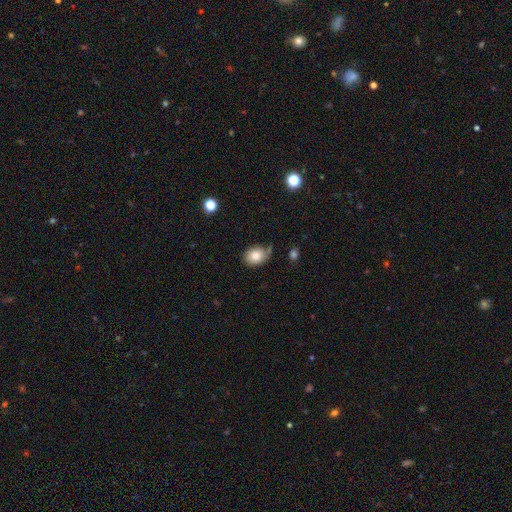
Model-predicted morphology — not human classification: A smooth galaxy with no disk features (82%) that is in between round and cigar-shaped (61%).

Vote fractions:
- Smooth or featured? smooth: 82% / featured or disk: 10% / star or artifact: 9%
- How rounded? in between: 61% / round: 38% / cigar-shaped: 1%
- Merging? none: 61% / minor disturbance: 26% / major disturbance: 8% / merger: 6%